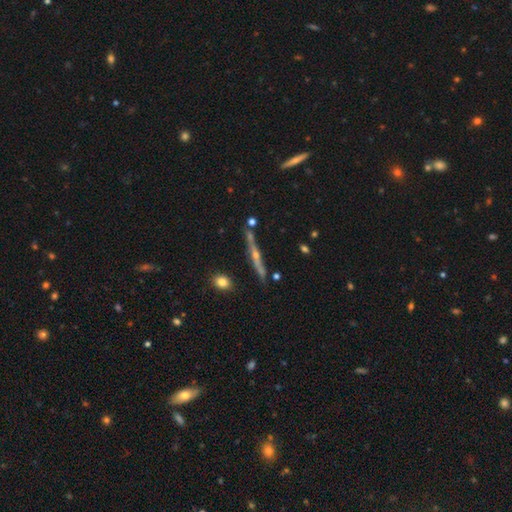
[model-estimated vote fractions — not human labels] smooth-or-featured: featured or disk: 76% | smooth: 16% | star or artifact: 8%
  disk-edge-on: yes: 96% | no: 4%
    edge-on-bulge: rounded: 83% | none: 13% | boxy: 4%
  merging: none: 80% | minor disturbance: 12% | merger: 5% | major disturbance: 3%